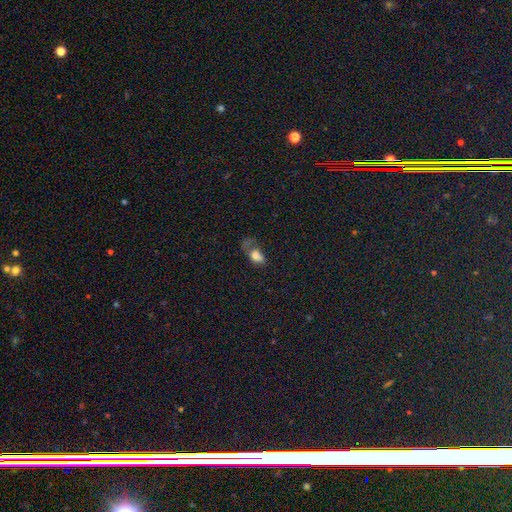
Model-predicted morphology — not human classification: Smooth or featured? smooth (68%)
How rounded? in between (82%)
Merging? major disturbance (46%)